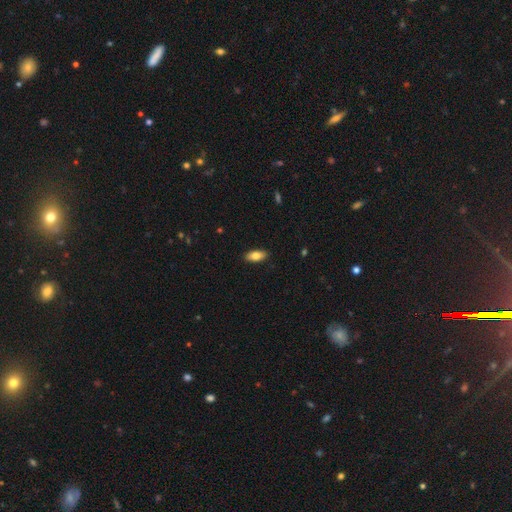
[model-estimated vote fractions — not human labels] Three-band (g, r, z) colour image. It shows a smooth galaxy with no disk features (81%) that is in between round and cigar-shaped (87%). Merging: none (89%).